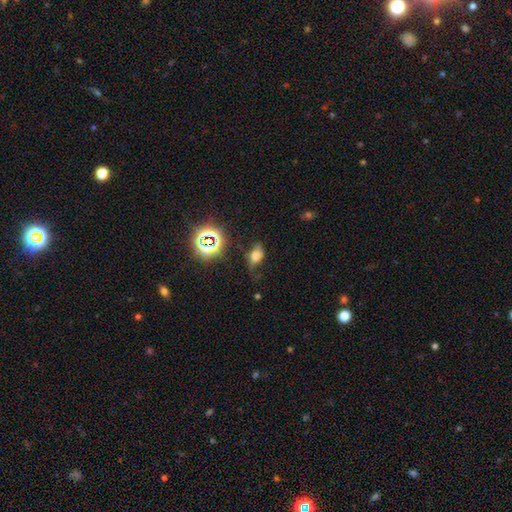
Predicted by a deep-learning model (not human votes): This appears to be a smooth galaxy with no disk features (58%) that is in between round and cigar-shaped (81%). Merging: none (53%).